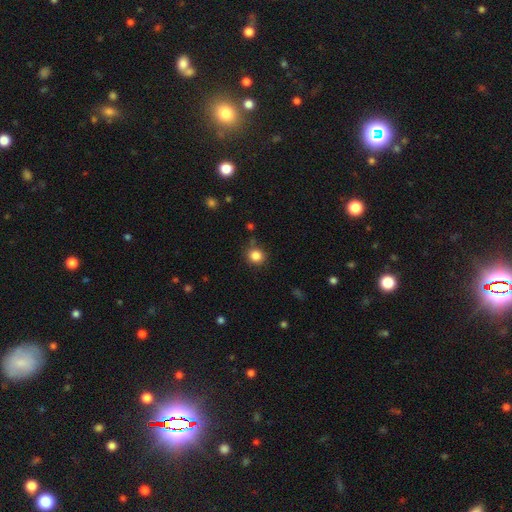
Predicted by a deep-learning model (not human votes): Smooth or featured?
  - smooth: 85% *
  - star or artifact: 11%
  - featured or disk: 4%
How rounded?
  - round: 87% *
  - in between: 12%
  - cigar-shaped: 1%
Merging?
  - none: 81% *
  - minor disturbance: 12%
  - major disturbance: 3%
  - merger: 3%